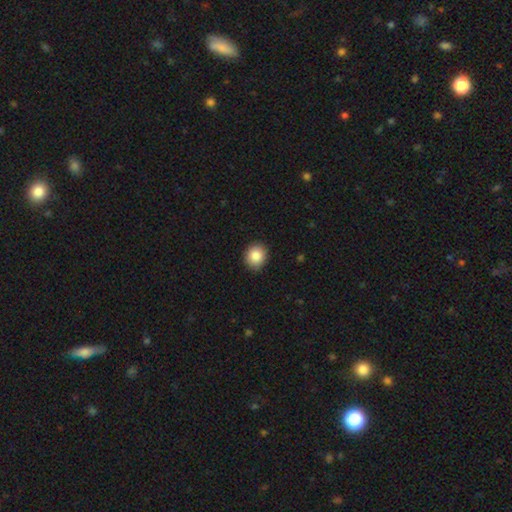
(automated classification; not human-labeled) A smooth galaxy with no disk features (86%) that is round (79%). Merging: none (89%).